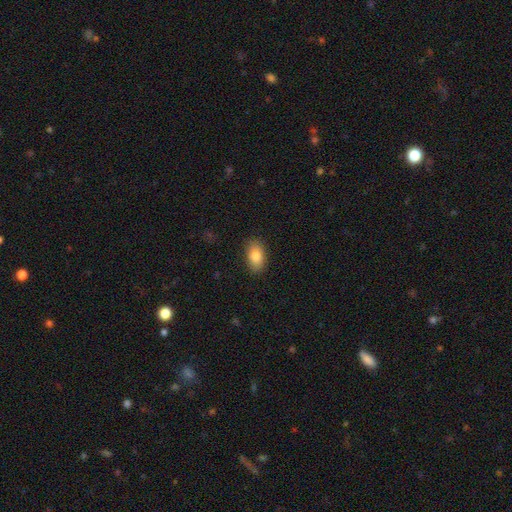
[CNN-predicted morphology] Overall: smooth (85%). How rounded: in between (92%). Merging: none (87%).